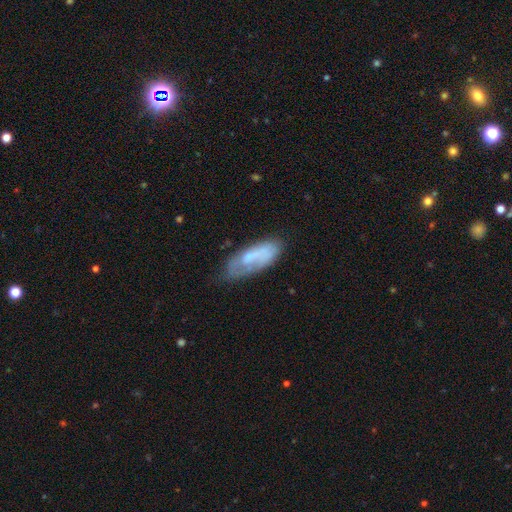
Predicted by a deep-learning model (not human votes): smooth 54%, featured or disk 38%, star or artifact 8%. Down the decision tree: how rounded — in between (76%); merging — none (54%).